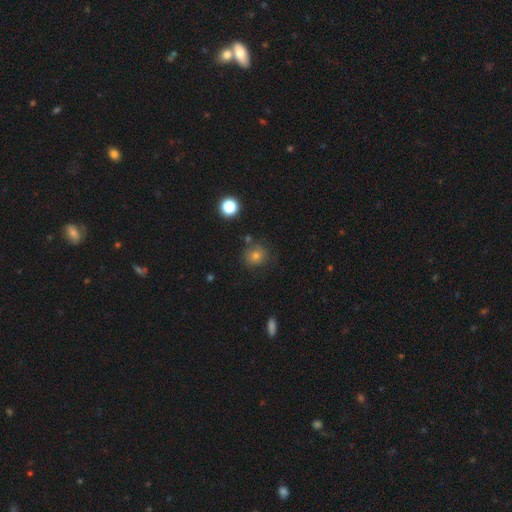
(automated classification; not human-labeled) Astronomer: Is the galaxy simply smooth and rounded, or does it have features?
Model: smooth — 68%.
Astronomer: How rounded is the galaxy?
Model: round — 85%.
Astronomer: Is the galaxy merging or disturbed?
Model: none — 76%.